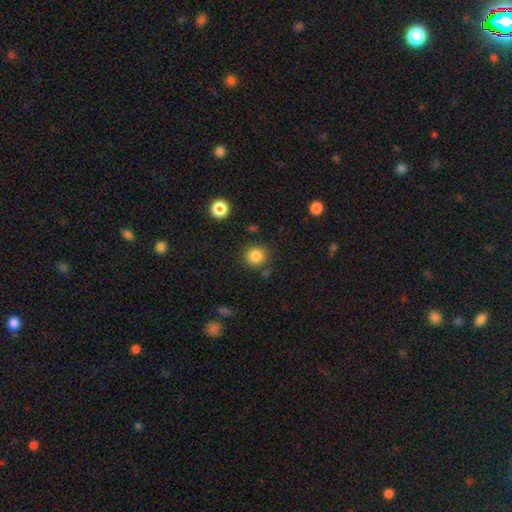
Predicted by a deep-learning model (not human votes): Smooth or featured? Predicted: smooth (p=0.85). How rounded? Predicted: round (p=0.92). Merging? Predicted: none (p=0.84).